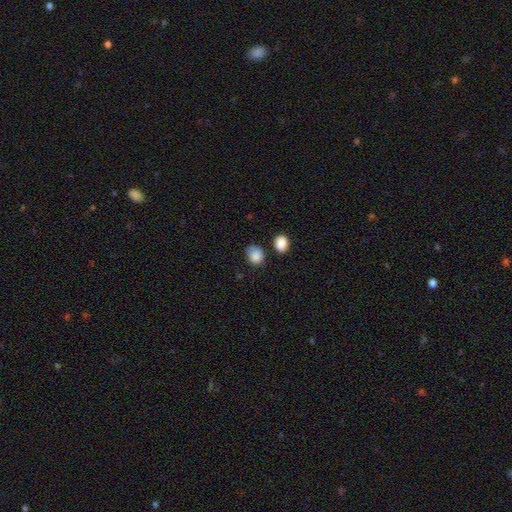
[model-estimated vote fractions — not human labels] Smooth or featured: smooth — 87% (star or artifact — 9%)
How rounded: round — 51% (in between — 48%)
Merging: none — 62% (minor disturbance — 25%)